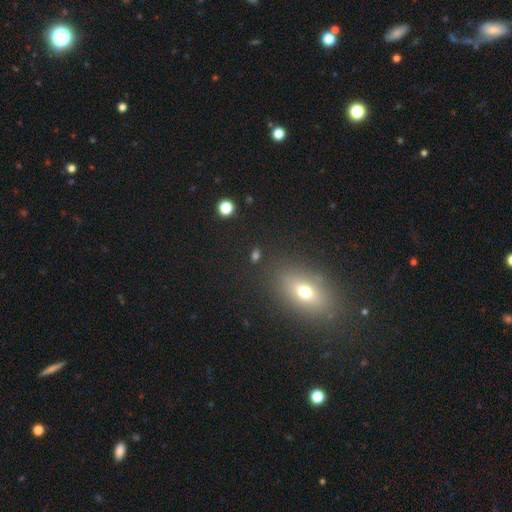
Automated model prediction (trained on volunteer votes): smooth 59%, star or artifact 28%, featured or disk 13%. Down the decision tree: how rounded — in between (53%); merging — none (79%).